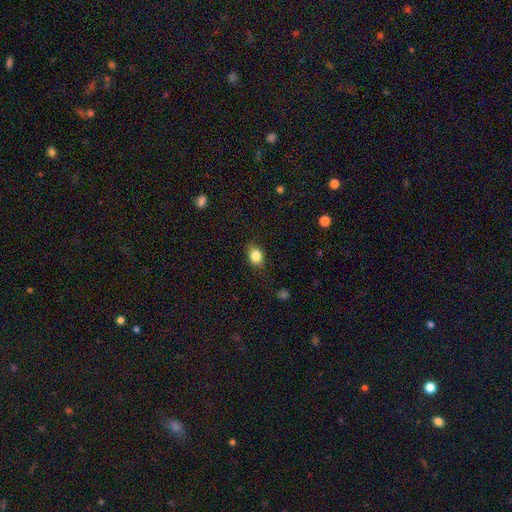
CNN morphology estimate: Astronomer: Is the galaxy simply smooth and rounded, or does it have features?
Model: smooth — 83%.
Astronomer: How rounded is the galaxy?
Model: in between — 59% (runner-up: round, 39%).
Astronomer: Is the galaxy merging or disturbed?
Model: none — 80%.